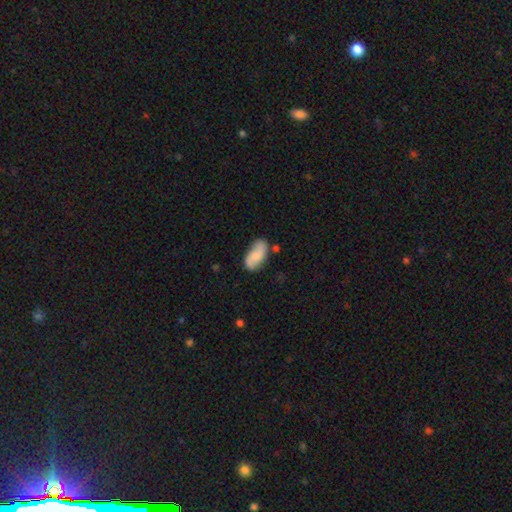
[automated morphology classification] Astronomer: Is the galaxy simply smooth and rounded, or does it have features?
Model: smooth — 53% (runner-up: featured or disk, 40%).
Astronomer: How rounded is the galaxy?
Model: in between — 92%.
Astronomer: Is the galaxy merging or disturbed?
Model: none — 70%.